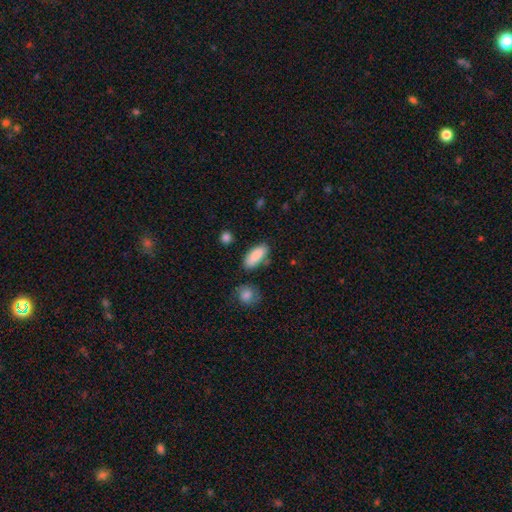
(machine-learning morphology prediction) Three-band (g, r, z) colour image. It shows a smooth galaxy with no disk features (89%) that is in between round and cigar-shaped (81%). Merging: none (78%).